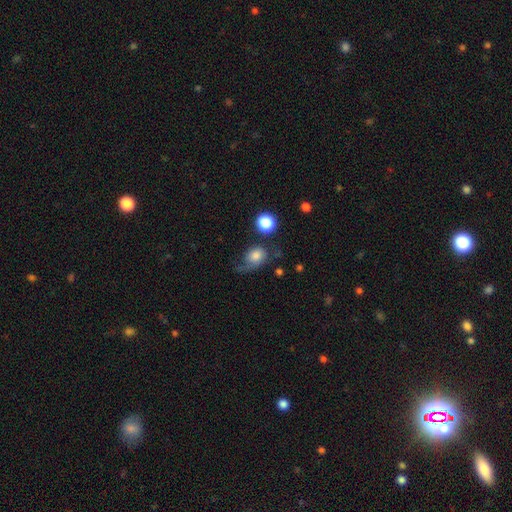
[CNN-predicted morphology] Smooth or featured? Predicted: smooth (p=0.70). How rounded? Predicted: round (p=0.55). Merging? Predicted: major disturbance (p=0.35).